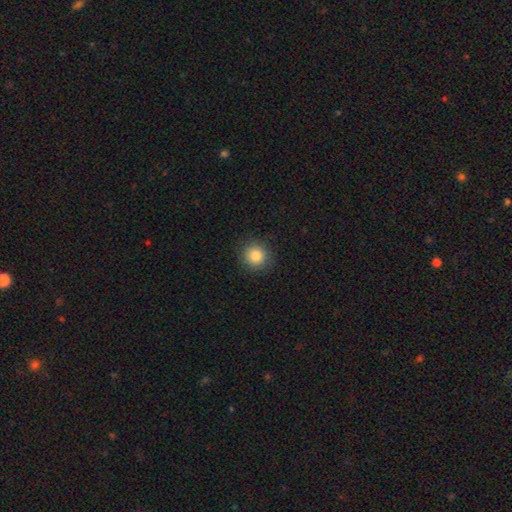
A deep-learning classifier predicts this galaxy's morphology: Smooth or featured? smooth (84%)
How rounded? round (92%)
Merging? none (90%)